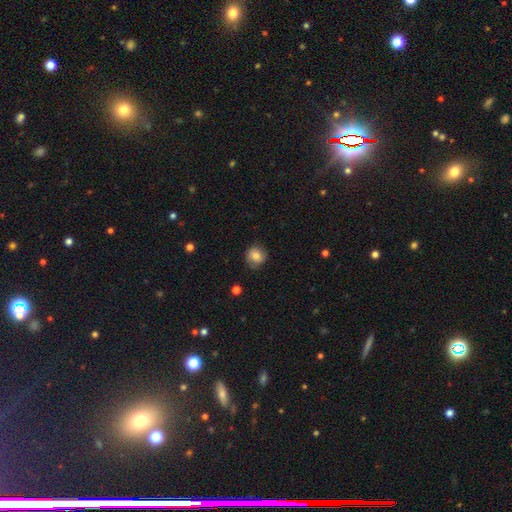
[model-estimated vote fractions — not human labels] This appears to be a smooth galaxy with no disk features (80%) that is round (88%). Merging: none (82%).